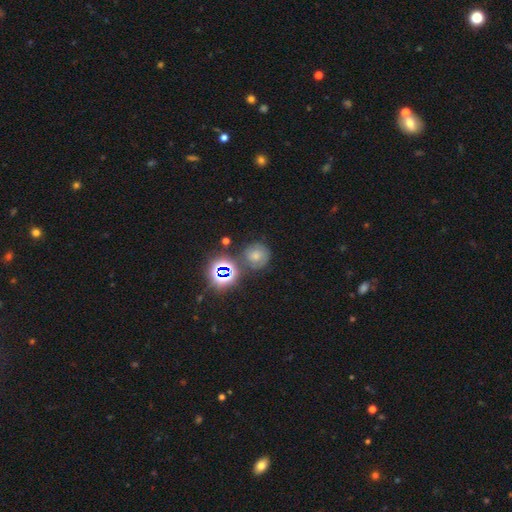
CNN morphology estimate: Overall: smooth (49%; star or artifact 28%). Merging: none (66%).